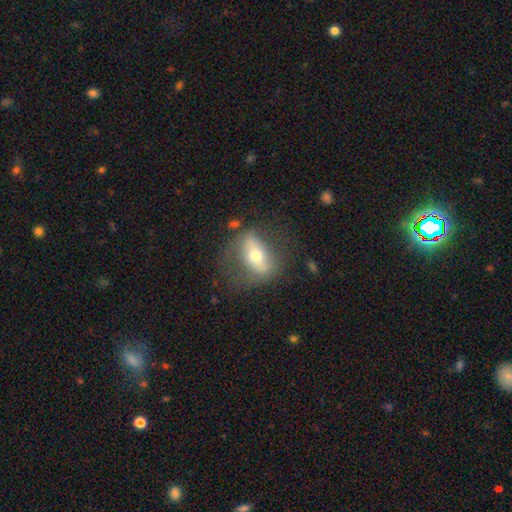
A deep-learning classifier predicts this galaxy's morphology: Smooth or featured? Predicted: featured or disk (p=0.52). Edge-on disk? Predicted: no (p=0.73). Merging? Predicted: none (p=0.59).